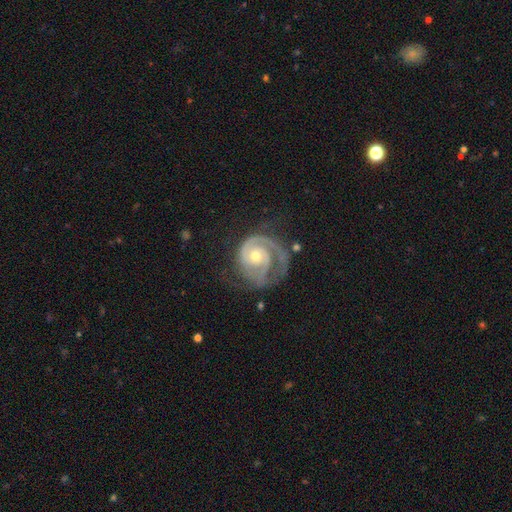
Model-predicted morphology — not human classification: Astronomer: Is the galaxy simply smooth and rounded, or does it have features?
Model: featured or disk — 89%.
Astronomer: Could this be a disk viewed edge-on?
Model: no — 98%.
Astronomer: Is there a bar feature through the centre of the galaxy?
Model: no — 72%.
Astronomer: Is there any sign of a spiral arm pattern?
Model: yes — 97%.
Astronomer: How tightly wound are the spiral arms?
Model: tight — 64%.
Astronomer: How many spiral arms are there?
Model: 2 — 43% (runner-up: 1, 38%).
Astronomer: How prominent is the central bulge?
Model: moderate — 50% (runner-up: small, 46%).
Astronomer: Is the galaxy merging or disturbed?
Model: none — 58%.